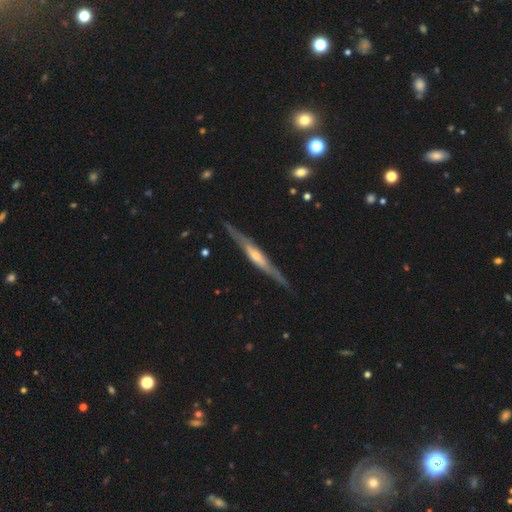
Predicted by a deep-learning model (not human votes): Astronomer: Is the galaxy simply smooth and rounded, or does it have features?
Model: featured or disk — 77%.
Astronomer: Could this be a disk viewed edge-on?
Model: yes — 94%.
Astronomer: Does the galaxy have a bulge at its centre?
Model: rounded — 62%.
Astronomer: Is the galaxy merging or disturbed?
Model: none — 83%.